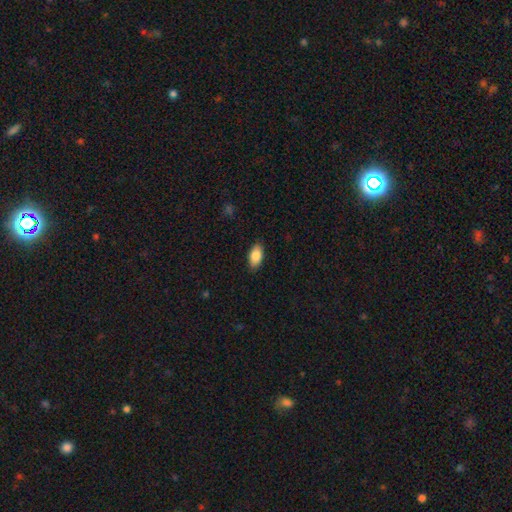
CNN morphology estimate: A smooth galaxy with no disk features (86%) that is in between round and cigar-shaped (93%).

Vote fractions:
- Smooth or featured? smooth: 86% / featured or disk: 7% / star or artifact: 7%
- How rounded? in between: 93% / round: 4% / cigar-shaped: 3%
- Merging? none: 88% / minor disturbance: 9% / major disturbance: 2% / merger: 1%